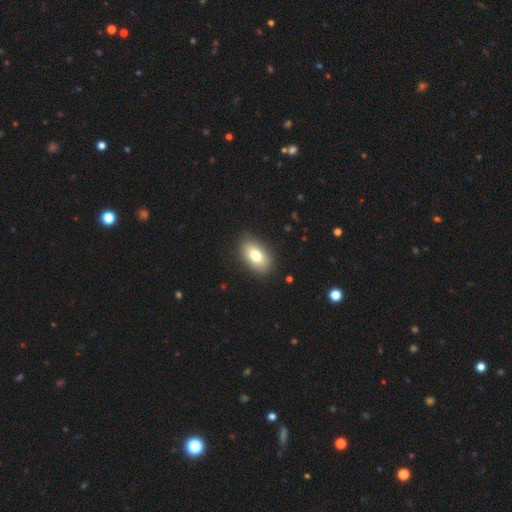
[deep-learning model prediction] Smooth or featured: smooth — 78% (featured or disk — 14%)
How rounded: in between — 91% (round — 7%)
Merging: none — 87% (minor disturbance — 10%)